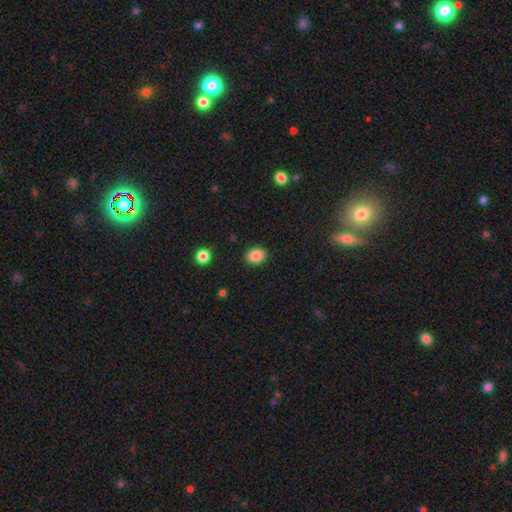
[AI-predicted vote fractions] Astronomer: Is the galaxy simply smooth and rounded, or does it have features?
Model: smooth — 86%.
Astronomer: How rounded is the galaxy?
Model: in between — 53% (runner-up: round, 47%).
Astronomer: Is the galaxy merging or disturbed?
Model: none — 88%.